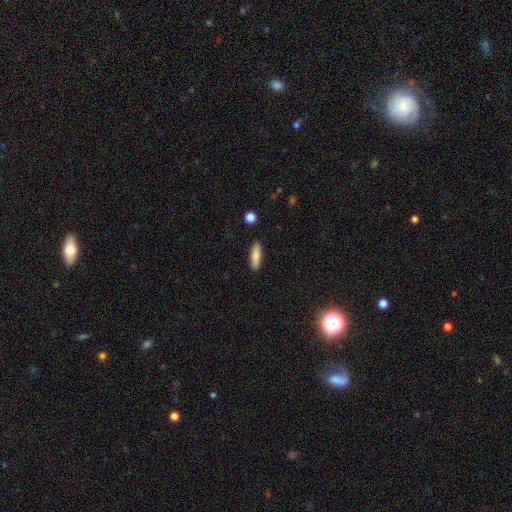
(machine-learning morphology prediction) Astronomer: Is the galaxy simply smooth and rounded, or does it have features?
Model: smooth — 82%.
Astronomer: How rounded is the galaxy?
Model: cigar-shaped — 57% (runner-up: in between, 41%).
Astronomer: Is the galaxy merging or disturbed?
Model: none — 90%.